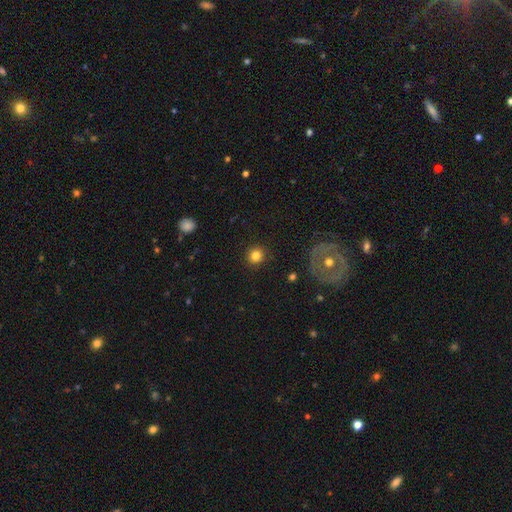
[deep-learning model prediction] Smooth or featured? smooth (82%)
How rounded? round (94%)
Merging? none (91%)